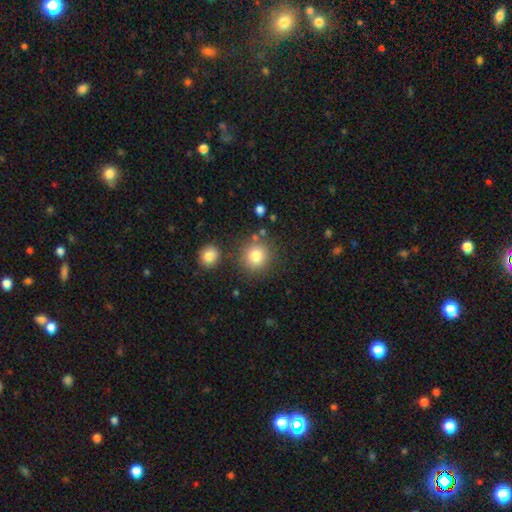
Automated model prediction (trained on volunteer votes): smooth-or-featured: smooth: 82% | star or artifact: 11% | featured or disk: 7%
  how-rounded: round: 90% | in between: 9% | cigar-shaped: 1%
  merging: none: 80% | minor disturbance: 9% | merger: 7% | major disturbance: 4%